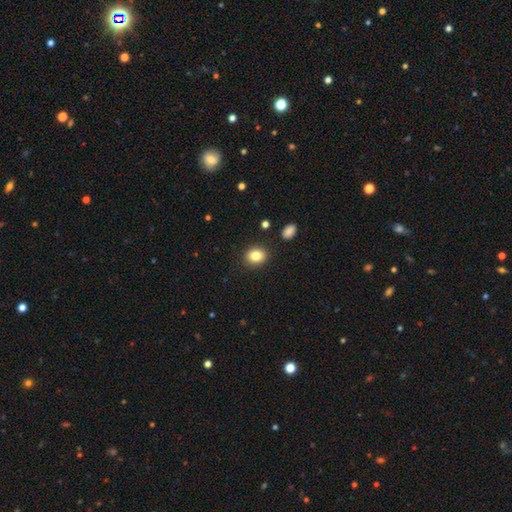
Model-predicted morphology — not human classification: smooth 83%, star or artifact 10%, featured or disk 7%. Down the decision tree: how rounded — round (56%); merging — none (88%).